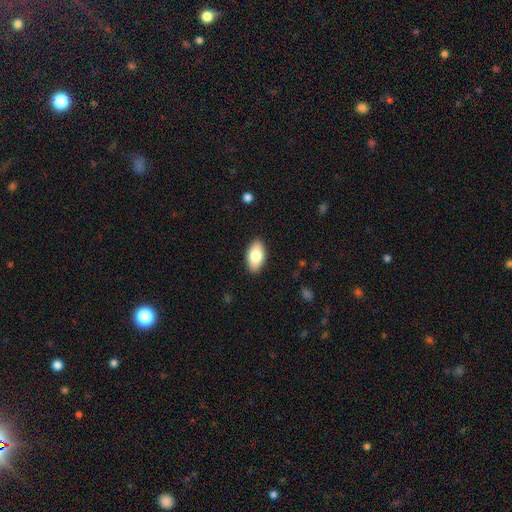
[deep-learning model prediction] Smooth or featured: smooth — 79% (featured or disk — 14%)
How rounded: in between — 94% (round — 4%)
Merging: none — 88% (minor disturbance — 9%)